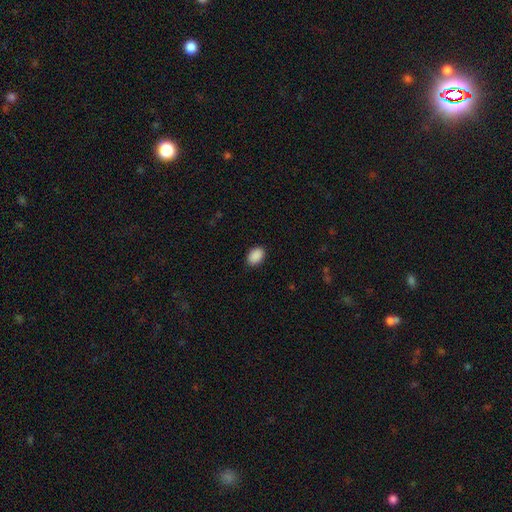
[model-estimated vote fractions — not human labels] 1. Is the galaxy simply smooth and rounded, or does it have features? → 90% smooth, 7% star or artifact, 2% featured or disk.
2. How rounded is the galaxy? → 83% in between, 16% round, 1% cigar-shaped.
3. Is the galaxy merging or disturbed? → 87% none, 10% minor disturbance, 2% major disturbance, 1% merger.